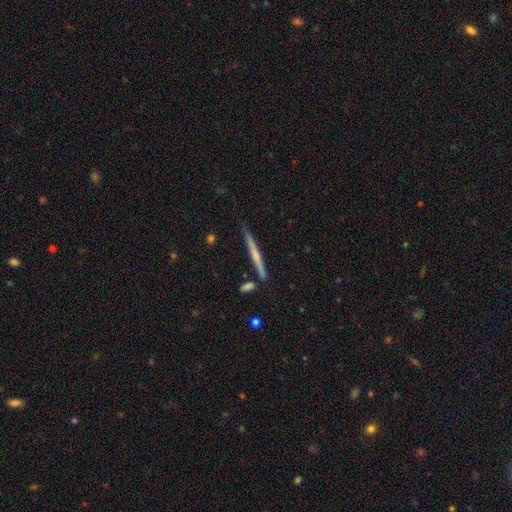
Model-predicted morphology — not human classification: Smooth or featured: featured or disk — 53% (smooth — 41%)
Edge-on disk: yes — 97% (no — 3%)
Edge-on bulge: none — 60% (rounded — 33%)
Merging: none — 84% (minor disturbance — 10%)